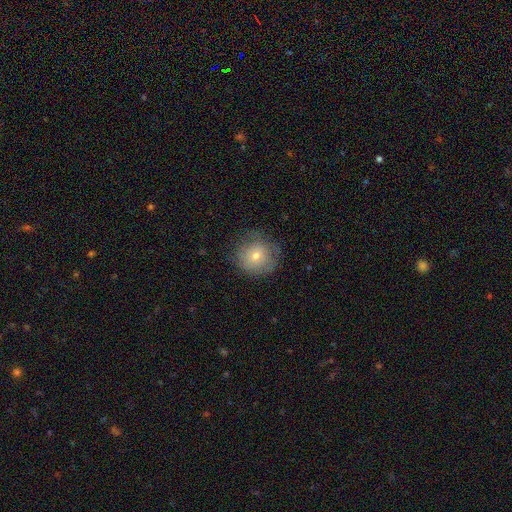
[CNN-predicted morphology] Overall: smooth (70%). How rounded: round (91%). Merging: none (75%).